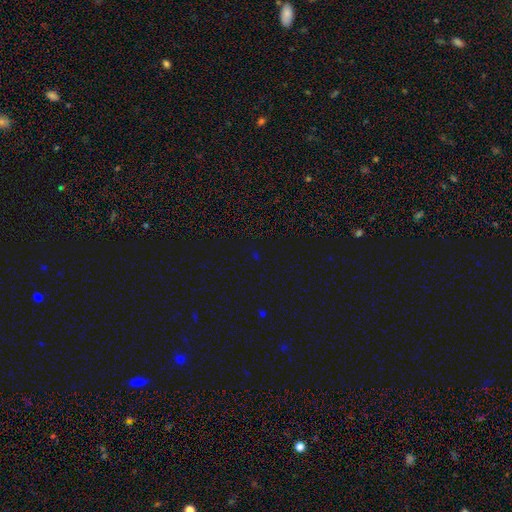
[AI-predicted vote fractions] Q: Smooth or featured?
A: star or artifact (70%); runner-up: smooth (22%)